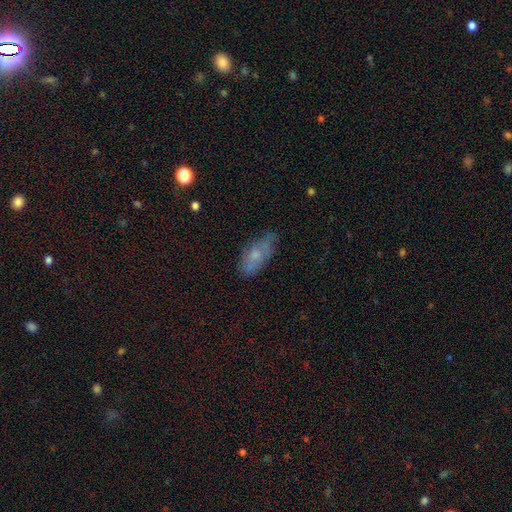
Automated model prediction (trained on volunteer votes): A smooth galaxy with no disk features (59%) that is in between round and cigar-shaped (83%). Merging: none (63%).